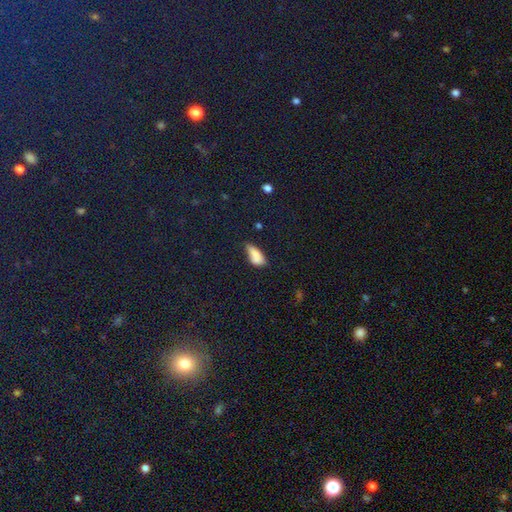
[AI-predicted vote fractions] smooth_or_featured: smooth (p=0.79) [alt: featured or disk p=0.11]
how_rounded: in between (p=0.82) [alt: cigar-shaped p=0.14]
merging: none (p=0.40) [alt: minor disturbance p=0.37]